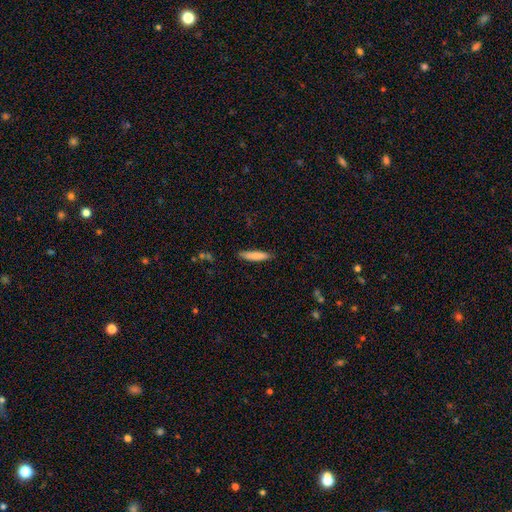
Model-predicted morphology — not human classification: Smooth or featured: smooth — 83% (featured or disk — 11%)
How rounded: cigar-shaped — 83% (in between — 16%)
Merging: none — 87% (minor disturbance — 10%)